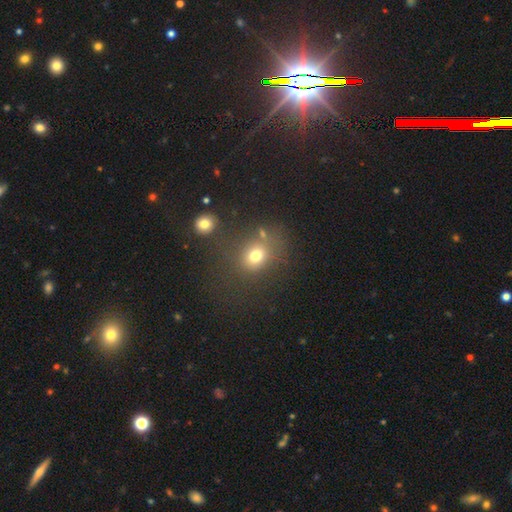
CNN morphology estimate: The model was most divided on "how rounded": round: 62%, in between: 37%, cigar-shaped: 1%. More confident: smooth or featured — smooth (73%); merging — none (67%).